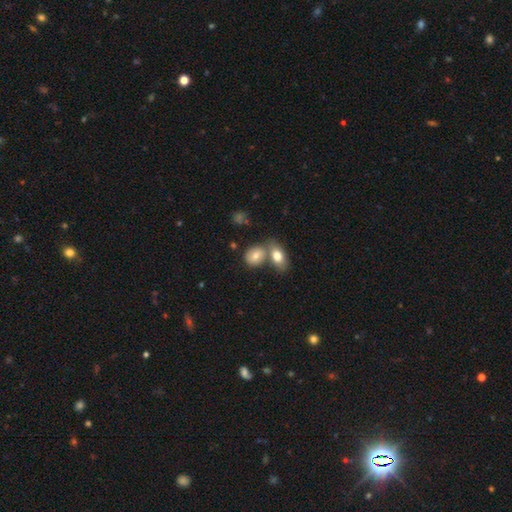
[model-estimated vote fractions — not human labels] Smooth or featured? Predicted: smooth (p=0.76). How rounded? Predicted: in between (p=0.72). Merging? Predicted: merger (p=0.45).